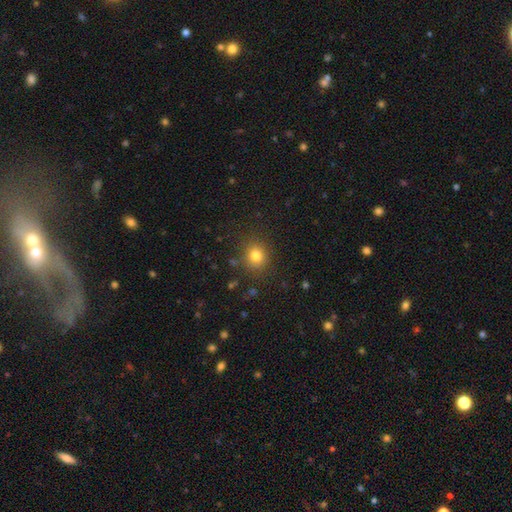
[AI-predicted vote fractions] Smooth or featured? Predicted: smooth (p=0.80). How rounded? Predicted: round (p=0.79). Merging? Predicted: none (p=0.85).